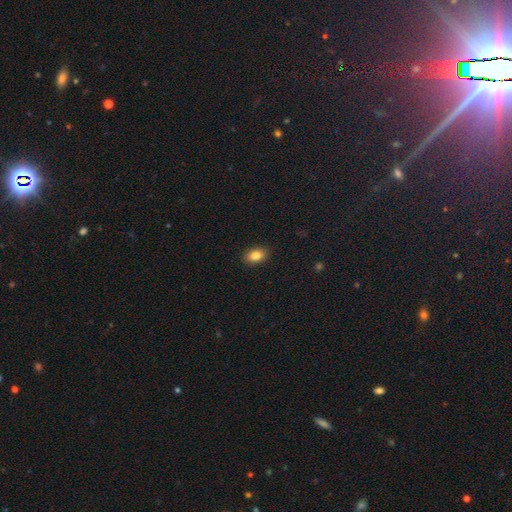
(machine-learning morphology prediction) A smooth galaxy with no disk features (85%) that is in between round and cigar-shaped (84%). Merging: none (89%).